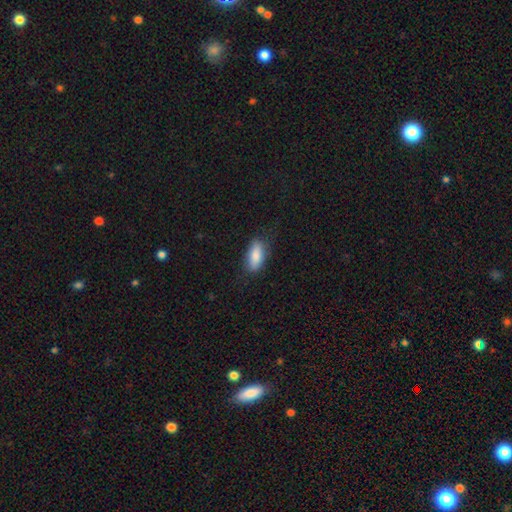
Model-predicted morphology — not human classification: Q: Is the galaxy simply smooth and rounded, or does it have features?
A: smooth — 85%.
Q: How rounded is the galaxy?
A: in between — 85%.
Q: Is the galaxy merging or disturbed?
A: none — 77%.